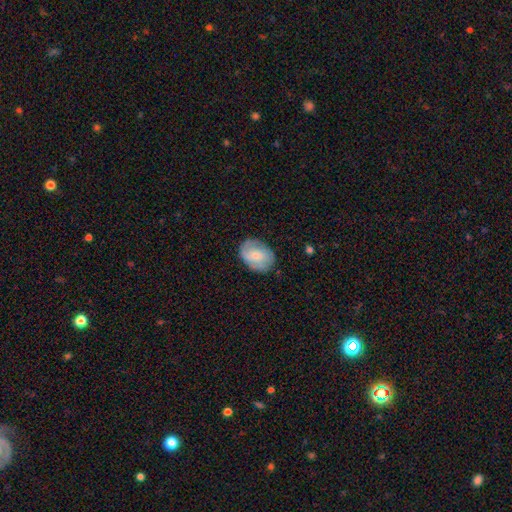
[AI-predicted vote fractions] Smooth or featured? smooth (49%)
Merging? none (74%)